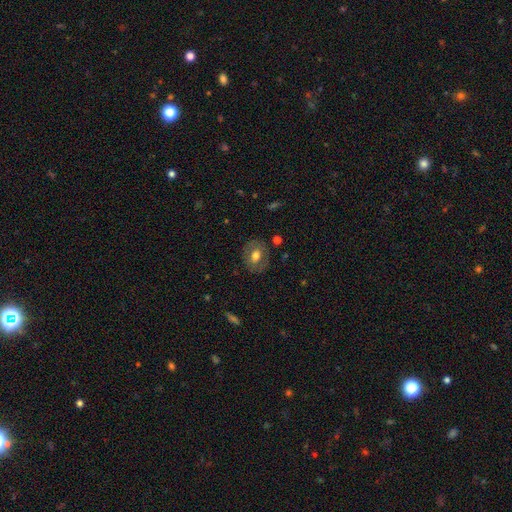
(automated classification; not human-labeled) Q: Smooth or featured?
A: smooth (60%); runner-up: featured or disk (33%)
Q: How rounded?
A: round (56%); runner-up: in between (43%)
Q: Merging?
A: none (83%); runner-up: minor disturbance (11%)